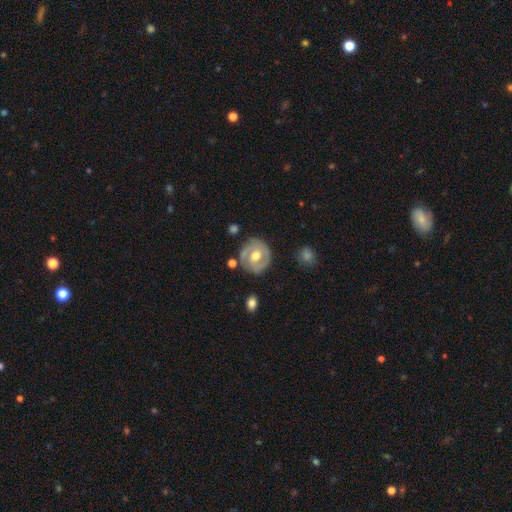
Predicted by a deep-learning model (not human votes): Q: Smooth or featured?
A: featured or disk (66%); runner-up: smooth (28%)
Q: Edge-on disk?
A: no (96%); runner-up: yes (4%)
Q: Bar?
A: no (52%); runner-up: weak (36%)
Q: Spiral arms?
A: yes (67%); runner-up: no (33%)
Q: Bulge size?
A: moderate (77%); runner-up: large (12%)
Q: Merging?
A: none (75%); runner-up: minor disturbance (16%)